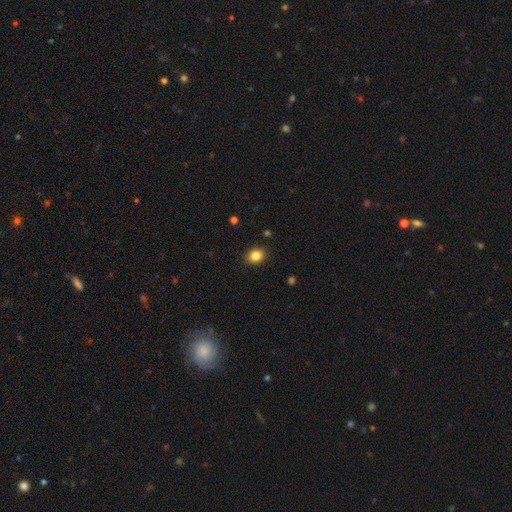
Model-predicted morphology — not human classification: smooth 85%, star or artifact 10%, featured or disk 5%. Down the decision tree: how rounded — round (52%); merging — none (89%).